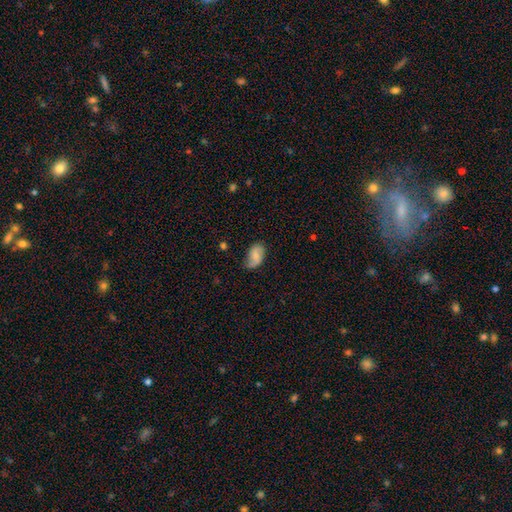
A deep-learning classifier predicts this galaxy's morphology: smooth_or_featured: smooth (p=0.64) [alt: featured or disk p=0.28]
how_rounded: in between (p=0.91) [alt: round p=0.07]
merging: none (p=0.55) [alt: minor disturbance p=0.33]